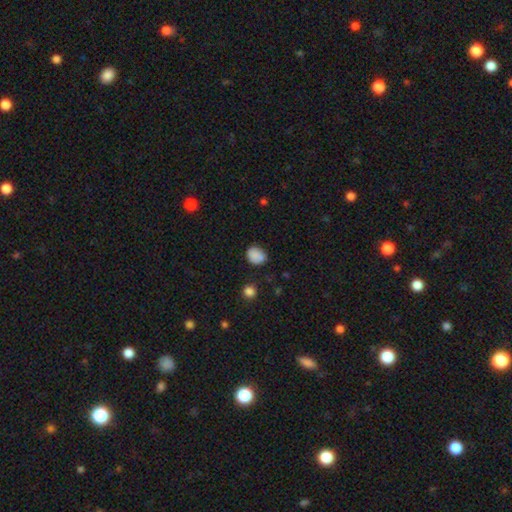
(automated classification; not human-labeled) Smooth or featured? Predicted: smooth (p=0.85). How rounded? Predicted: round (p=0.53). Merging? Predicted: none (p=0.76).